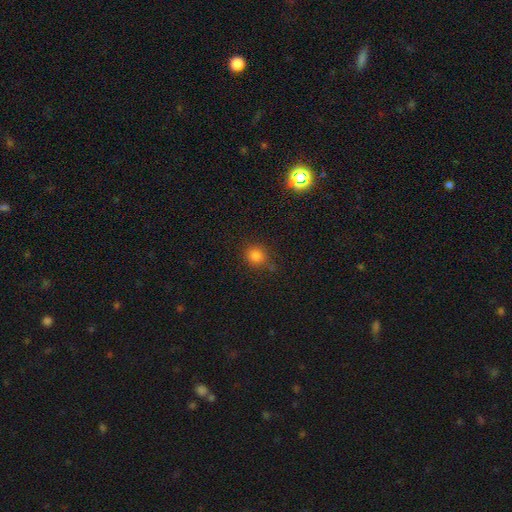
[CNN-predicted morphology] type=smooth (81%); roundness=round (83%); merging=none (79%).